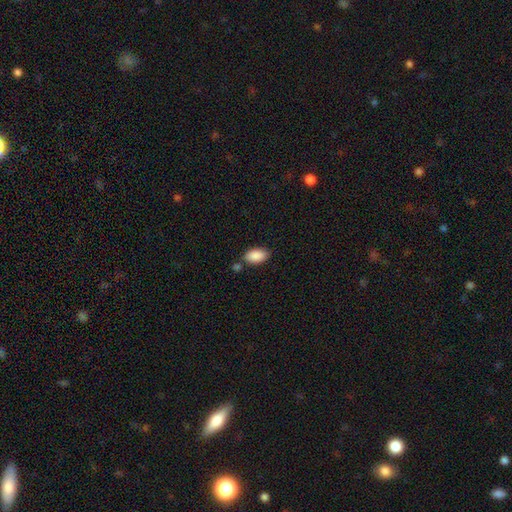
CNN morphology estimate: smooth_or_featured: smooth (p=0.89) [alt: star or artifact p=0.07]
how_rounded: in between (p=0.94) [alt: round p=0.04]
merging: none (p=0.73) [alt: minor disturbance p=0.13]